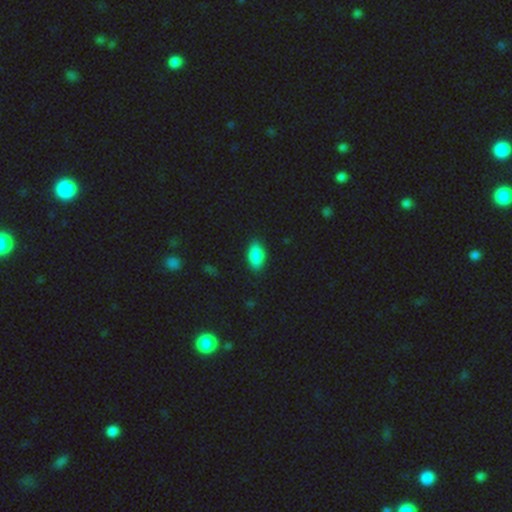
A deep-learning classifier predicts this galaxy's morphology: The model was most divided on "merging": none: 84%, minor disturbance: 12%, major disturbance: 3%, merger: 1%. More confident: how rounded — in between (91%); smooth or featured — smooth (84%).